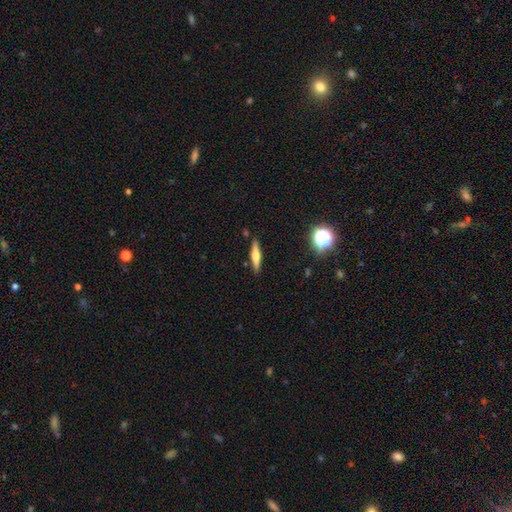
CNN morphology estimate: Smooth or featured: featured or disk — 51% (smooth — 41%)
Edge-on disk: yes — 95% (no — 5%)
Merging: none — 89% (minor disturbance — 7%)